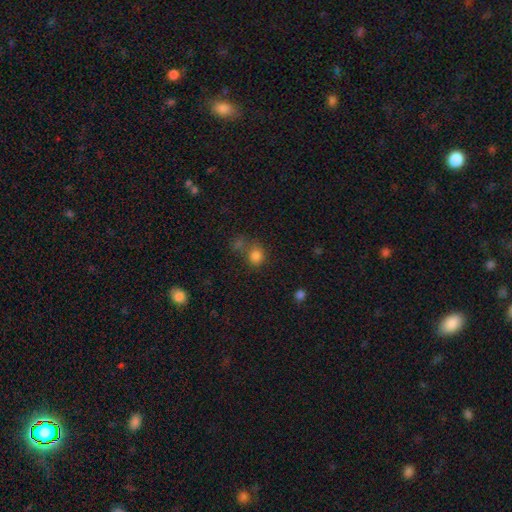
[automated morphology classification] Smooth or featured?
  - smooth: 81% *
  - star or artifact: 13%
  - featured or disk: 6%
How rounded?
  - round: 72% *
  - in between: 27%
  - cigar-shaped: 1%
Merging?
  - none: 54% *
  - merger: 23%
  - minor disturbance: 15%
  - major disturbance: 8%